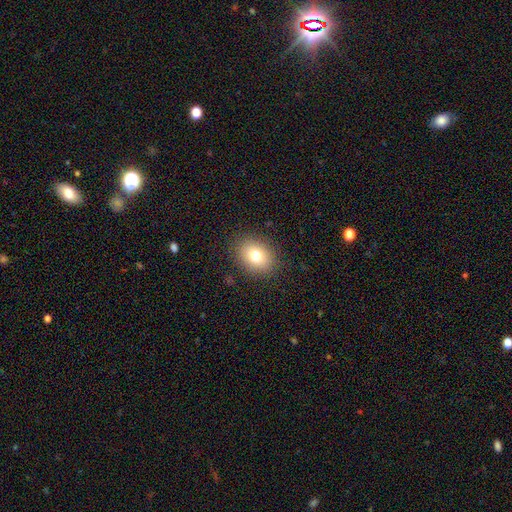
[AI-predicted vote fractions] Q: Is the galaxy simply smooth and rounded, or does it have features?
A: smooth — 77%.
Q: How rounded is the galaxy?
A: in between — 51%.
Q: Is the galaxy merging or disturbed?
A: none — 88%.